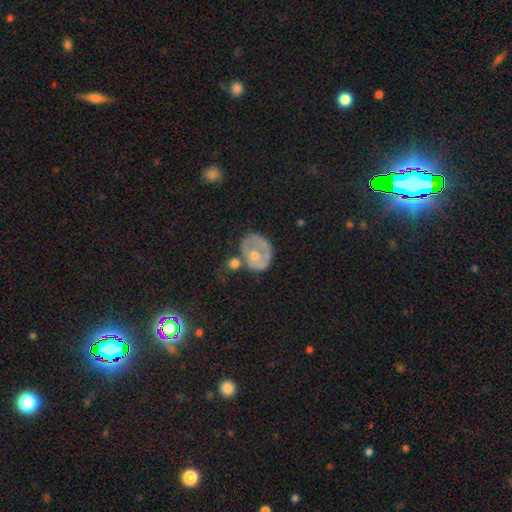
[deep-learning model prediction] Smooth or featured? featured or disk (49%)
Merging? none (45%)